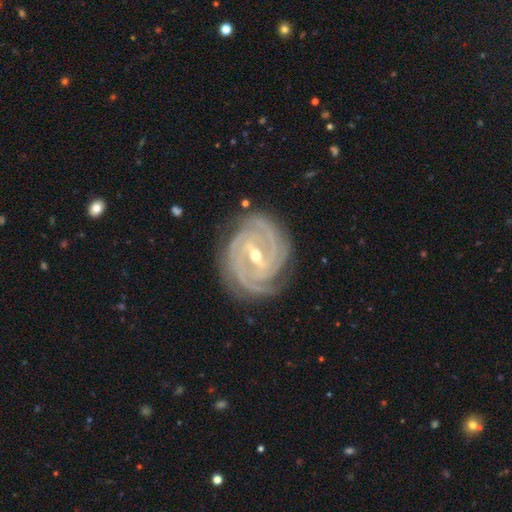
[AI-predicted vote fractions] smooth-or-featured: featured or disk: 93% | star or artifact: 4% | smooth: 3%
  disk-edge-on: no: 97% | yes: 3%
    bar: strong: 50% | weak: 40% | no: 10%
    has-spiral-arms: yes: 99% | no: 1%
      spiral-winding: tight: 82% | medium: 16% | loose: 2%
      spiral-arm-count: 3: 35% | 4: 31% | 2: 11% | can't tell: 11% | more than 4: 7% | 1: 6%
    bulge-size: moderate: 52% | small: 46% | large: 1% | none: 1% | dominant: 1%
  merging: none: 81% | minor disturbance: 14% | major disturbance: 3% | merger: 1%